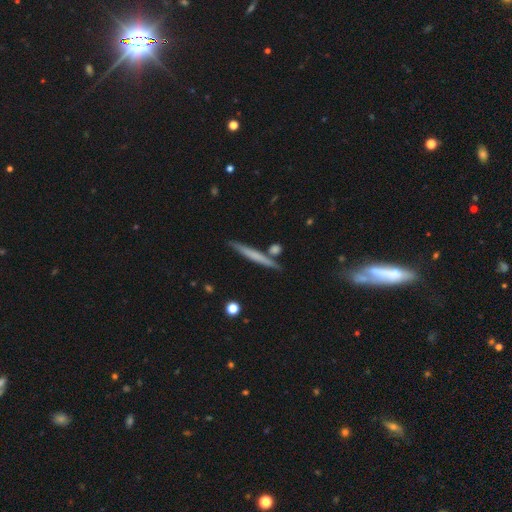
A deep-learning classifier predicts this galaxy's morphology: type=smooth (51%); roundness=cigar-shaped (95%); merging=none (84%).